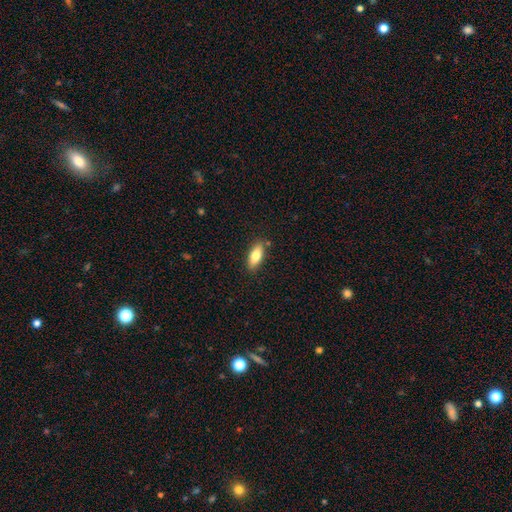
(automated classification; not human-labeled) Q: Smooth or featured?
A: smooth (76%); runner-up: featured or disk (17%)
Q: How rounded?
A: in between (76%); runner-up: cigar-shaped (21%)
Q: Merging?
A: none (85%); runner-up: minor disturbance (11%)